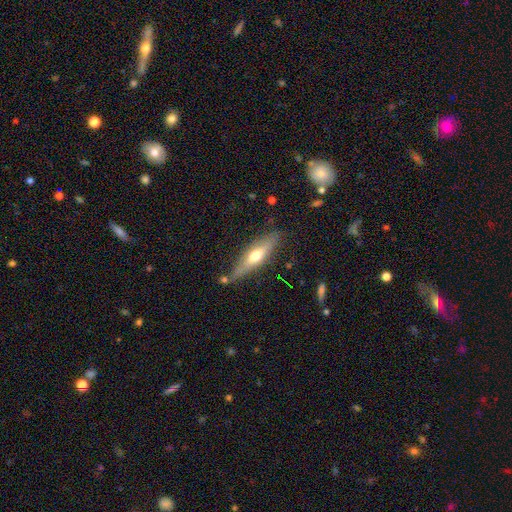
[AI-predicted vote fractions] featured or disk 50%, smooth 44%, star or artifact 6%. Down the decision tree: edge-on disk — yes (82%); merging — none (73%).